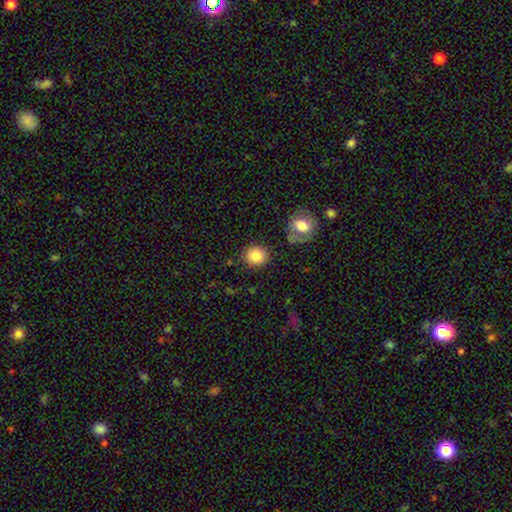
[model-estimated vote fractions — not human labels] A smooth galaxy with no disk features (83%) that is round (79%). Merging: none (84%).